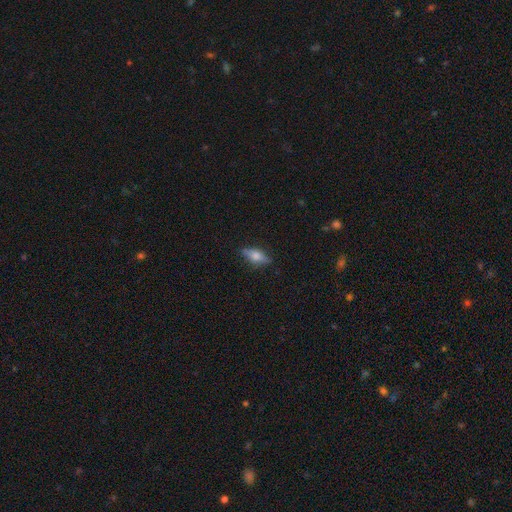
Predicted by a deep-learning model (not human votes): smooth 47%, featured or disk 45%, star or artifact 8%. Down the decision tree: merging — none (82%).